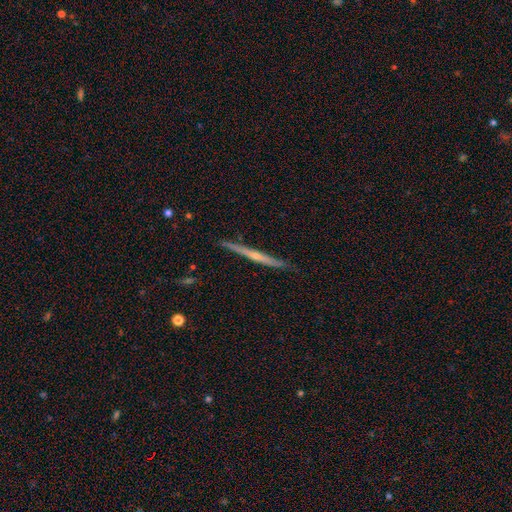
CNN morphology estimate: Smooth or featured: featured or disk — 74% (smooth — 21%)
Edge-on disk: yes — 98% (no — 2%)
Edge-on bulge: rounded — 64% (none — 32%)
Merging: none — 87% (minor disturbance — 10%)